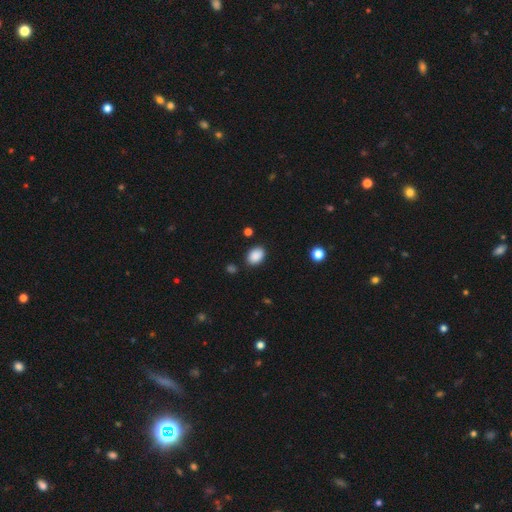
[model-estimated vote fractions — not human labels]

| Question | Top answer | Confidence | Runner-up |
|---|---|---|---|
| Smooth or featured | smooth | 88% | star or artifact (8%) |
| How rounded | in between | 76% | round (23%) |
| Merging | none | 83% | minor disturbance (12%) |